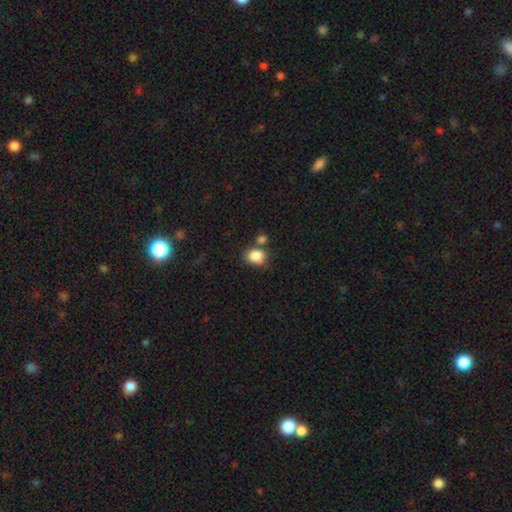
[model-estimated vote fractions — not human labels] smooth-or-featured: smooth: 85% | star or artifact: 9% | featured or disk: 6%
  how-rounded: round: 50% | in between: 49% | cigar-shaped: 1%
  merging: none: 58% | merger: 22% | minor disturbance: 16% | major disturbance: 5%